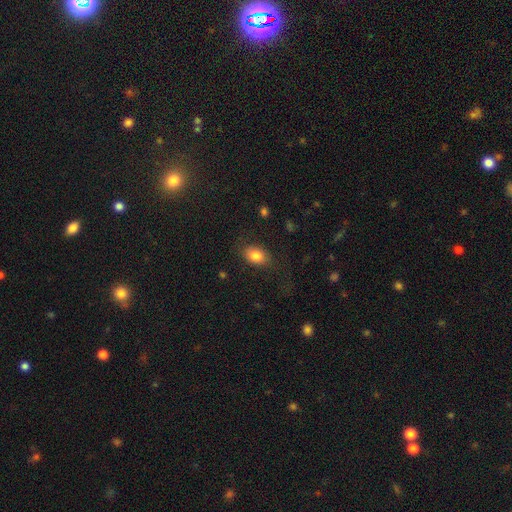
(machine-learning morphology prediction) Q: Smooth or featured?
A: smooth (83%); runner-up: featured or disk (9%)
Q: How rounded?
A: in between (79%); runner-up: round (20%)
Q: Merging?
A: none (78%); runner-up: minor disturbance (14%)